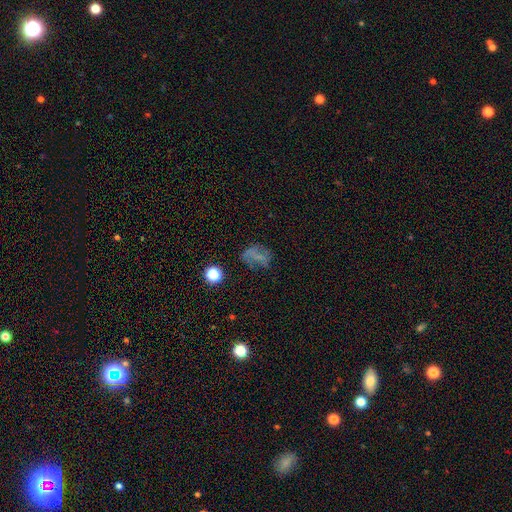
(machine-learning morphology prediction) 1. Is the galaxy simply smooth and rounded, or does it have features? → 40% featured or disk, 36% smooth, 24% star or artifact.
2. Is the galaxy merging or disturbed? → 54% none, 21% minor disturbance, 20% major disturbance, 4% merger.